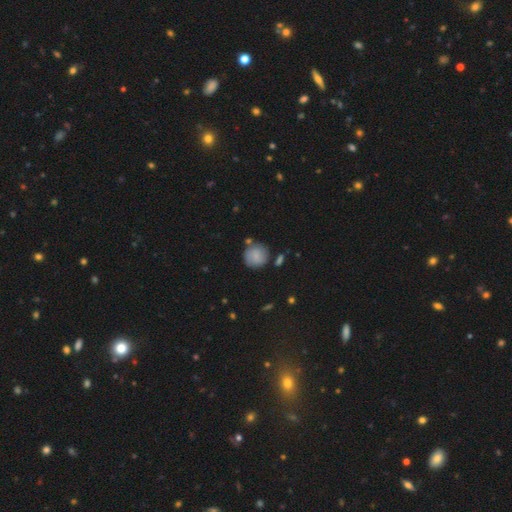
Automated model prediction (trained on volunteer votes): A smooth galaxy with no disk features (76%) that is round (92%).

Vote fractions:
- Smooth or featured? smooth: 76% / featured or disk: 16% / star or artifact: 8%
- How rounded? round: 92% / in between: 7% / cigar-shaped: 1%
- Merging? none: 74% / minor disturbance: 15% / merger: 7% / major disturbance: 4%